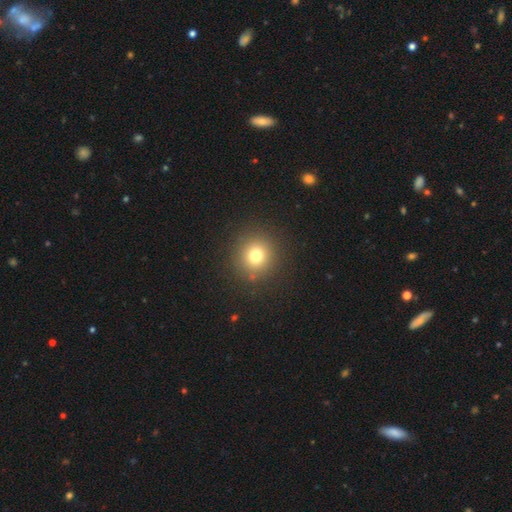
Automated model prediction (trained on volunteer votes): A smooth galaxy with no disk features (75%) that is round (93%).

Vote fractions:
- Smooth or featured? smooth: 75% / star or artifact: 16% / featured or disk: 9%
- How rounded? round: 93% / in between: 7% / cigar-shaped: 1%
- Merging? none: 90% / minor disturbance: 6% / major disturbance: 3% / merger: 1%